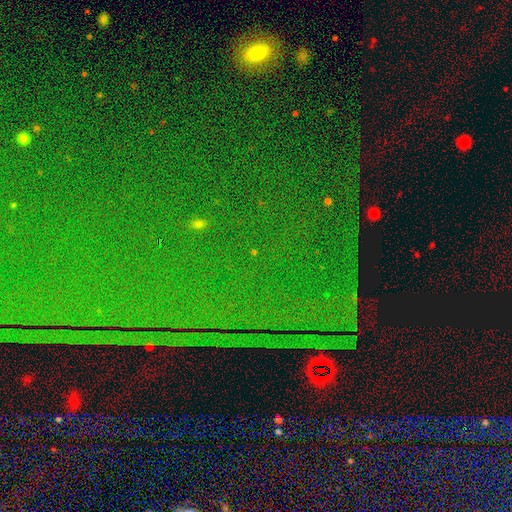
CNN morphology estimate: Smooth or featured? star or artifact (83%)